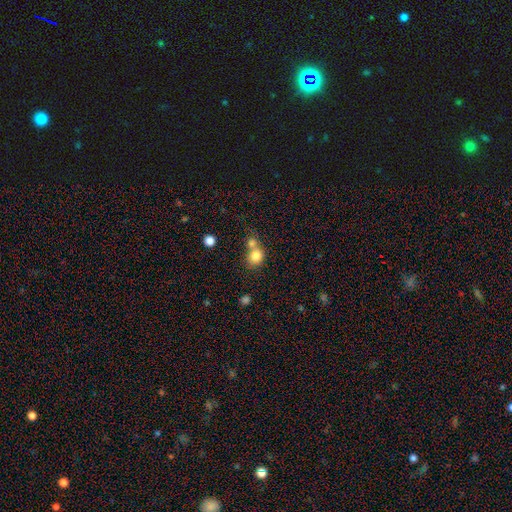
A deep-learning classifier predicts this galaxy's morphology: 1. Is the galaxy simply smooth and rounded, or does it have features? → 80% smooth, 10% star or artifact, 9% featured or disk.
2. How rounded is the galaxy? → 76% round, 23% in between, 1% cigar-shaped.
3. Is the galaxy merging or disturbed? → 52% merger, 37% none, 8% minor disturbance, 3% major disturbance.